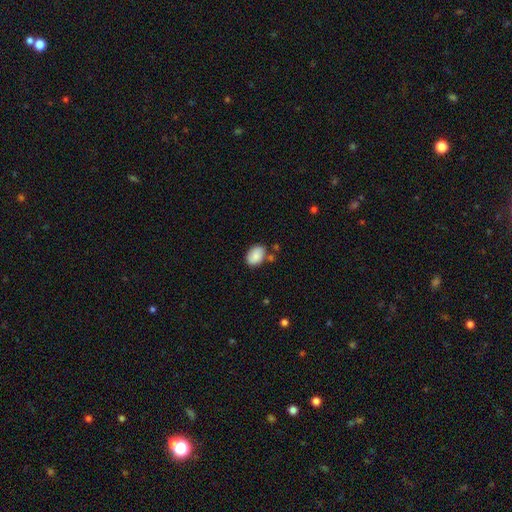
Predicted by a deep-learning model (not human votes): Smooth or featured: smooth — 85% (featured or disk — 8%)
How rounded: in between — 79% (round — 20%)
Merging: none — 71% (minor disturbance — 17%)